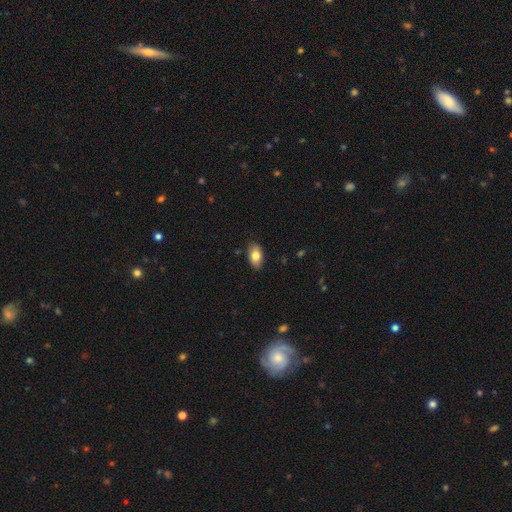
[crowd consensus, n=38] Smooth or featured?
  - smooth: 84% *
  - featured or disk: 13%
  - star or artifact: 3%
How rounded?
  - in between: 88% *
  - round: 6%
  - cigar-shaped: 6%
Merging?
  - none: 81% *
  - minor disturbance: 14%
  - major disturbance: 3%
  - merger: 3%